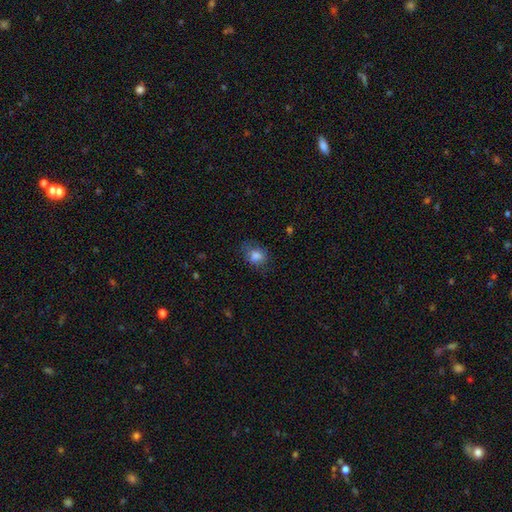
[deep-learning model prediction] A smooth galaxy with no disk features (81%) that is in between round and cigar-shaped (53%). Merging: none (63%).